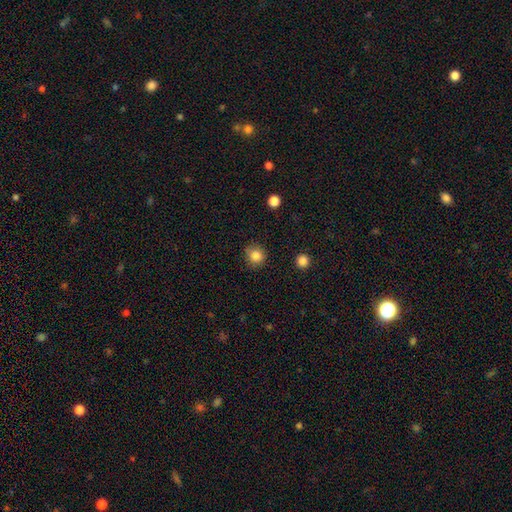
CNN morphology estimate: Q: Smooth or featured?
A: smooth (85%); runner-up: star or artifact (11%)
Q: How rounded?
A: round (90%); runner-up: in between (9%)
Q: Merging?
A: none (85%); runner-up: minor disturbance (11%)